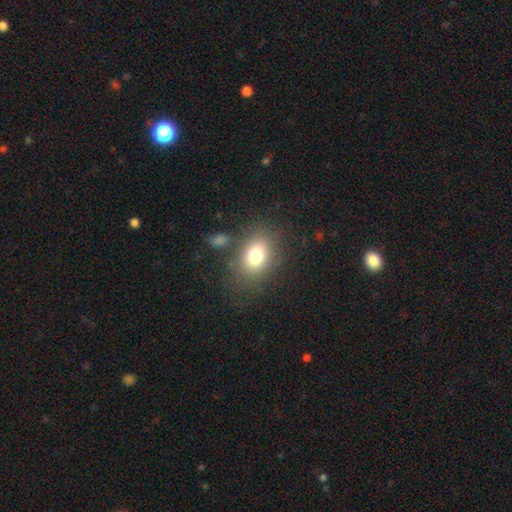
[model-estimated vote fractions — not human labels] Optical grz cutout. It shows a smooth galaxy with no disk features (76%) that is in between round and cigar-shaped (64%). Merging: none (76%).